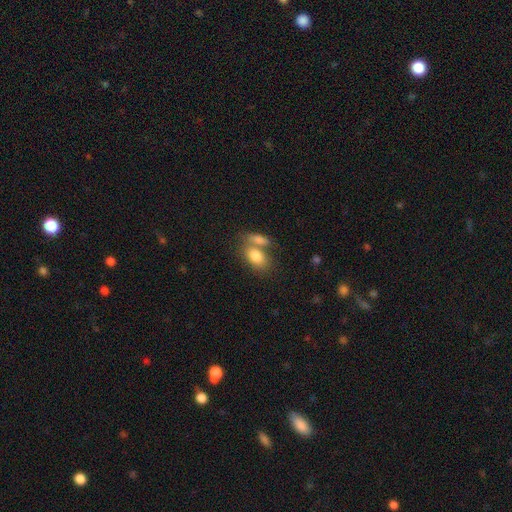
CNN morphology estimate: This appears to be a smooth galaxy with no disk features (82%) that is in between round and cigar-shaped (88%). Merging: merger (47%).